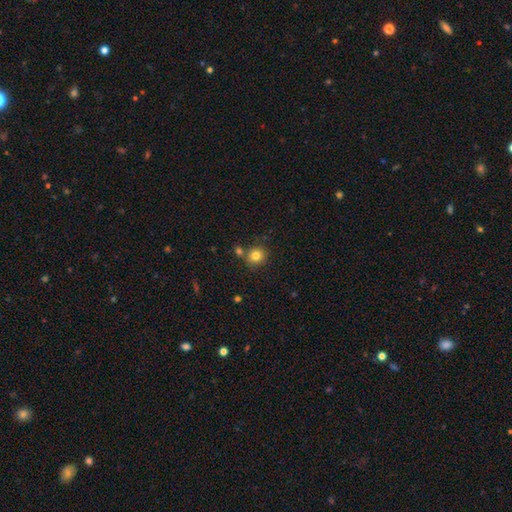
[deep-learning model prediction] Overall: smooth (81%). How rounded: round (89%). Merging: none (75%).